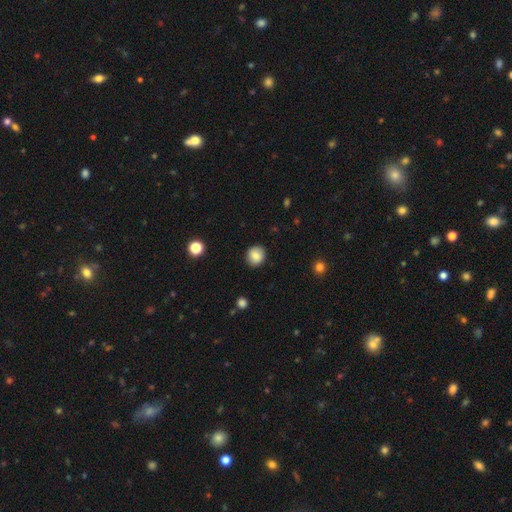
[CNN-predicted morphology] The model was most divided on "how rounded": round: 83%, in between: 16%, cigar-shaped: 1%. More confident: merging — none (88%); smooth or featured — smooth (84%).